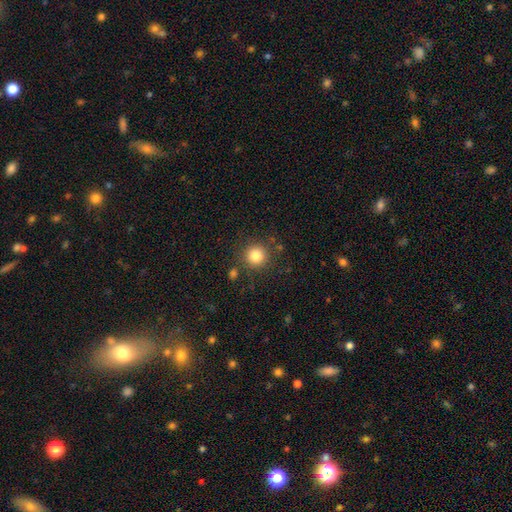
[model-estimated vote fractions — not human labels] smooth 82%, star or artifact 12%, featured or disk 6%. Down the decision tree: how rounded — round (94%); merging — none (85%).